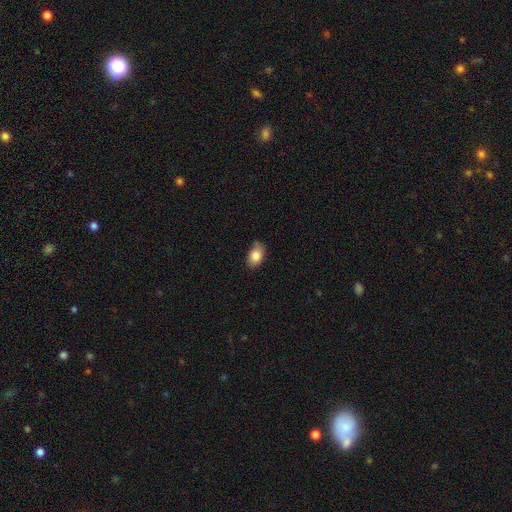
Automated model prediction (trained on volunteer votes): smooth-or-featured: smooth: 84% | featured or disk: 8% | star or artifact: 8%
  how-rounded: in between: 86% | round: 12% | cigar-shaped: 1%
  merging: none: 72% | minor disturbance: 23% | major disturbance: 3% | merger: 1%